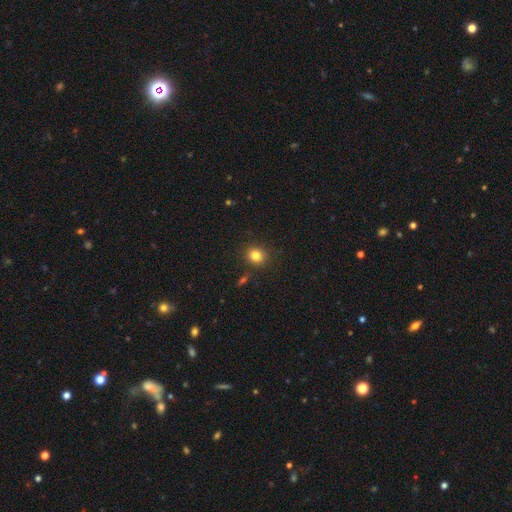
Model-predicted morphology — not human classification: Smooth or featured?
  - smooth: 82% *
  - star or artifact: 12%
  - featured or disk: 6%
How rounded?
  - round: 81% *
  - in between: 18%
  - cigar-shaped: 1%
Merging?
  - none: 87% *
  - minor disturbance: 8%
  - merger: 3%
  - major disturbance: 2%